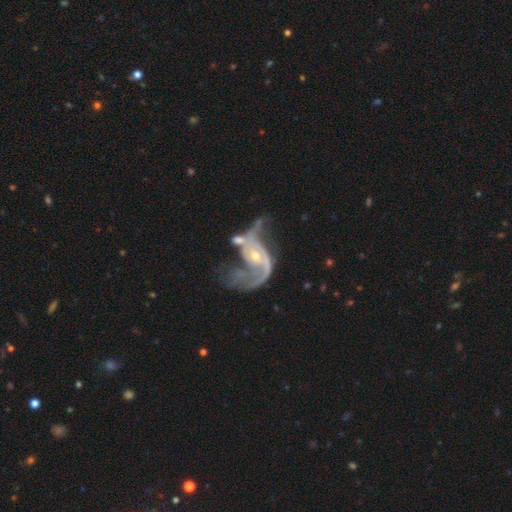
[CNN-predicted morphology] smooth-or-featured: featured or disk: 89% | star or artifact: 6% | smooth: 6%
  disk-edge-on: no: 97% | yes: 3%
    bar: no: 63% | weak: 27% | strong: 10%
    has-spiral-arms: yes: 94% | no: 6%
      spiral-winding: loose: 58% | medium: 33% | tight: 9%
      spiral-arm-count: 2: 82% | 1: 8% | can't tell: 5% | 3: 2% | 4: 1% | more than 4: 1%
    bulge-size: small: 56% | moderate: 39% | large: 2% | none: 2% | dominant: 1%
  merging: major disturbance: 31% | none: 29% | merger: 25% | minor disturbance: 16%